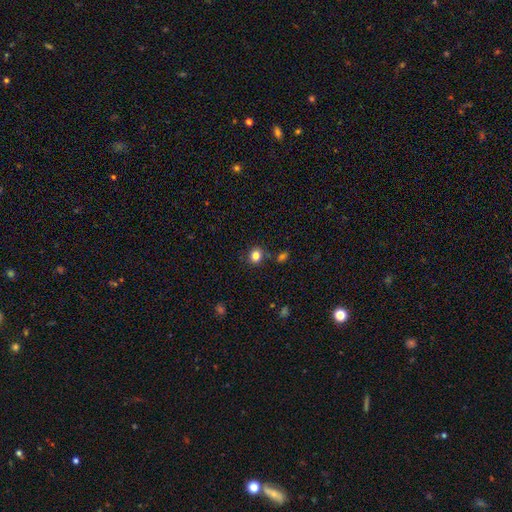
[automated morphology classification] smooth-or-featured: smooth: 84% | star or artifact: 11% | featured or disk: 5%
  how-rounded: round: 74% | in between: 25% | cigar-shaped: 1%
  merging: none: 83% | minor disturbance: 9% | merger: 5% | major disturbance: 3%